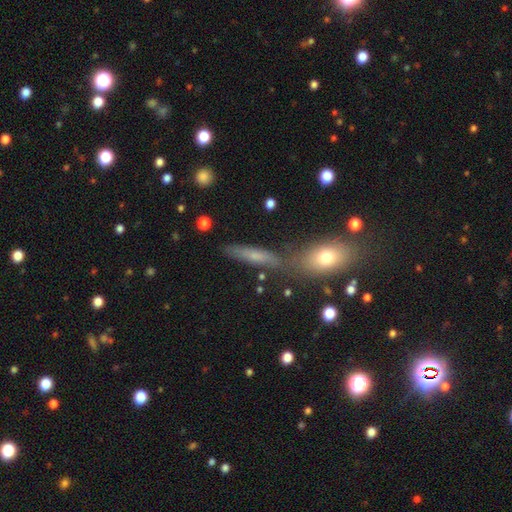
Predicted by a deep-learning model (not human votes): smooth-or-featured: smooth: 57% | featured or disk: 31% | star or artifact: 12%
  how-rounded: cigar-shaped: 75% | in between: 21% | round: 4%
  merging: none: 68% | merger: 15% | minor disturbance: 13% | major disturbance: 4%